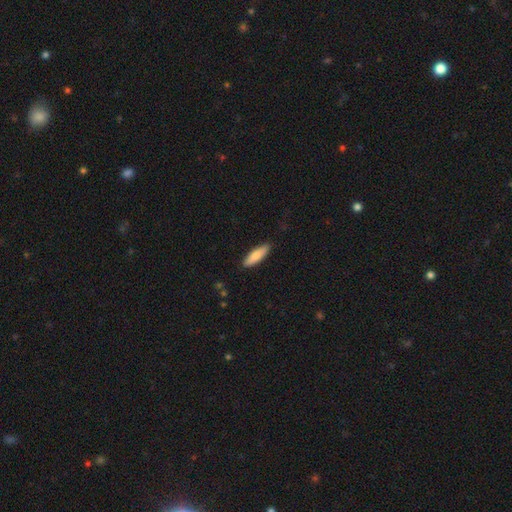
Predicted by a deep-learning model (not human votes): A smooth galaxy with no disk features (81%) that is cigar-shaped (58%).

Vote fractions:
- Smooth or featured? smooth: 81% / featured or disk: 14% / star or artifact: 5%
- How rounded? cigar-shaped: 58% / in between: 40% / round: 2%
- Merging? none: 89% / minor disturbance: 8% / major disturbance: 2% / merger: 1%